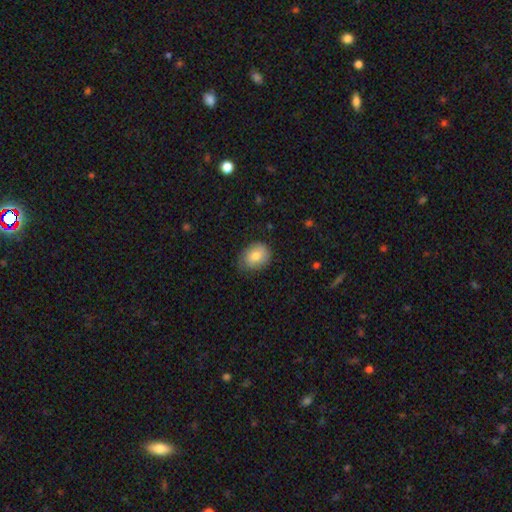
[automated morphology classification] Smooth or featured?
  - smooth: 79% *
  - featured or disk: 13%
  - star or artifact: 8%
How rounded?
  - in between: 55% *
  - round: 44%
  - cigar-shaped: 1%
Merging?
  - none: 72% *
  - minor disturbance: 23%
  - major disturbance: 4%
  - merger: 1%